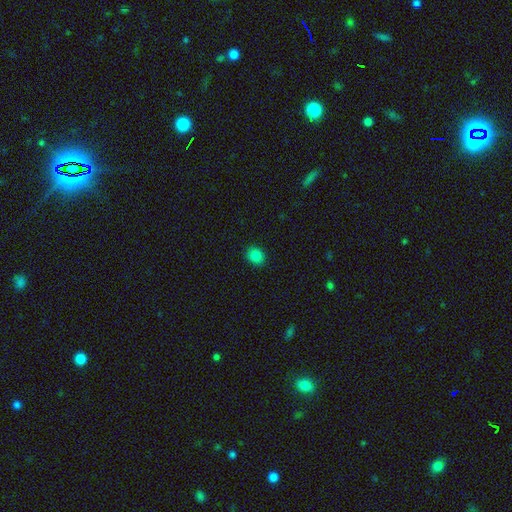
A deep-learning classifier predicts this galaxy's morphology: A smooth galaxy with no disk features (84%) that is round (64%).

Vote fractions:
- Smooth or featured? smooth: 84% / star or artifact: 12% / featured or disk: 4%
- How rounded? round: 64% / in between: 35% / cigar-shaped: 1%
- Merging? none: 90% / minor disturbance: 7% / major disturbance: 2% / merger: 1%